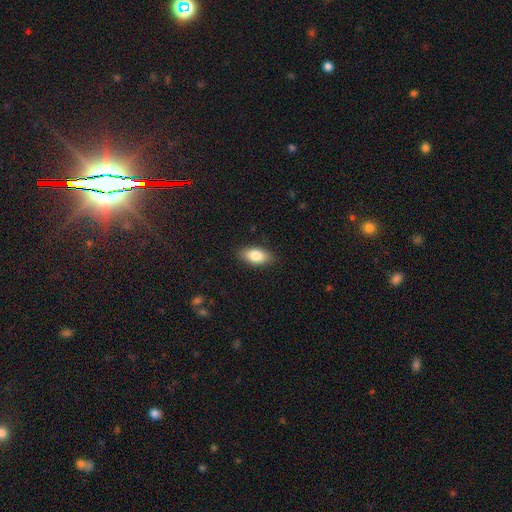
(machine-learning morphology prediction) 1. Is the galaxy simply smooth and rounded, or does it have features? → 83% smooth, 11% featured or disk, 7% star or artifact.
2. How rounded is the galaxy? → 89% in between, 8% cigar-shaped, 3% round.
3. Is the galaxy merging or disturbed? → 88% none, 9% minor disturbance, 2% major disturbance, 1% merger.